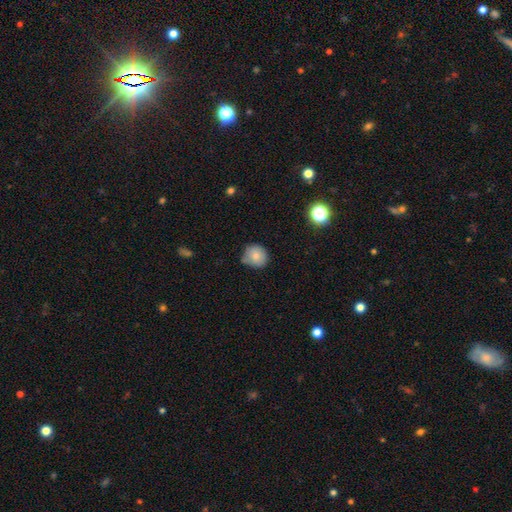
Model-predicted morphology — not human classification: A smooth galaxy with no disk features (81%) that is round (84%). Merging: none (67%).